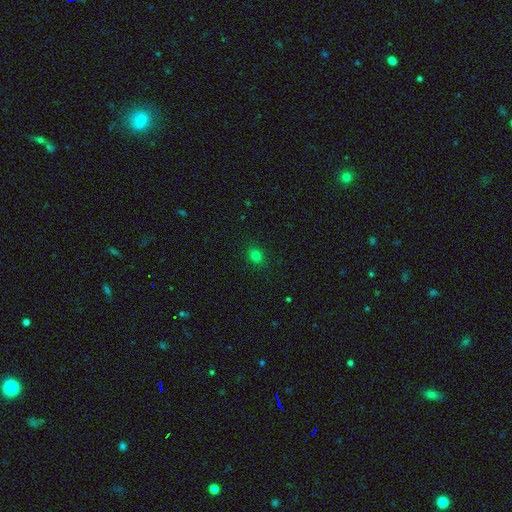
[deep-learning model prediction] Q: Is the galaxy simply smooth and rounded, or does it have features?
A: smooth — 77%.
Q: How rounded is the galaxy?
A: round — 62%.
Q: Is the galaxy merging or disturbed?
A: none — 88%.